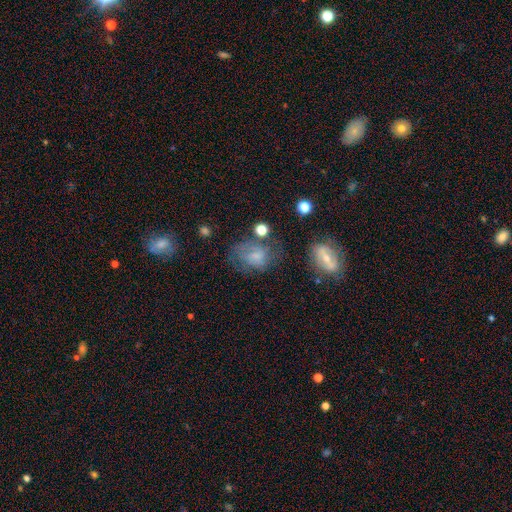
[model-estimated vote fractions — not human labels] A smooth galaxy with no disk features (50%). Merging: none (47%).